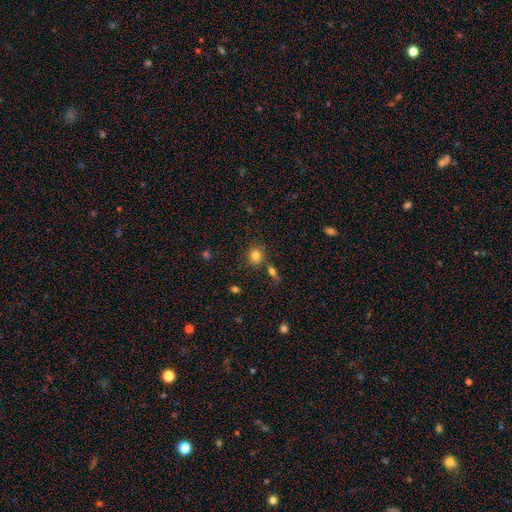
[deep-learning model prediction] A smooth galaxy with no disk features (82%) that is round (78%). Merging: none (74%).